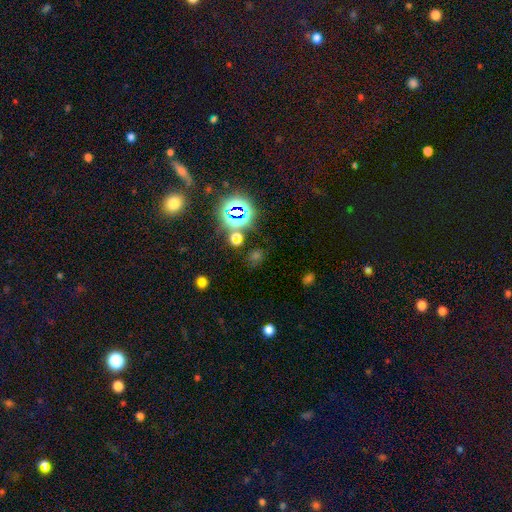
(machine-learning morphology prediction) A star or artifact, not a galaxy (62%).